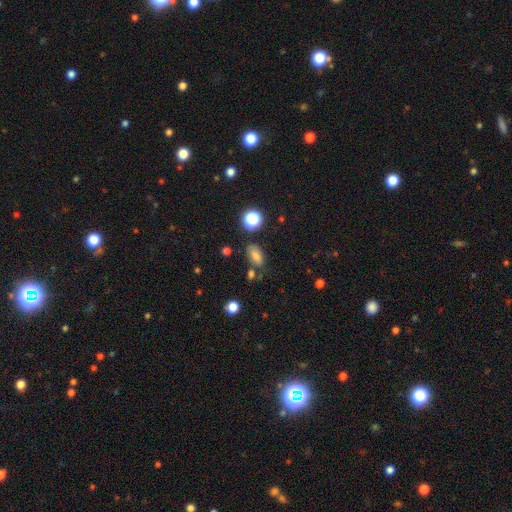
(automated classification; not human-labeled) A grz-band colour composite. It shows a smooth galaxy with no disk features (74%) that is in between round and cigar-shaped (87%). Merging: none (69%).